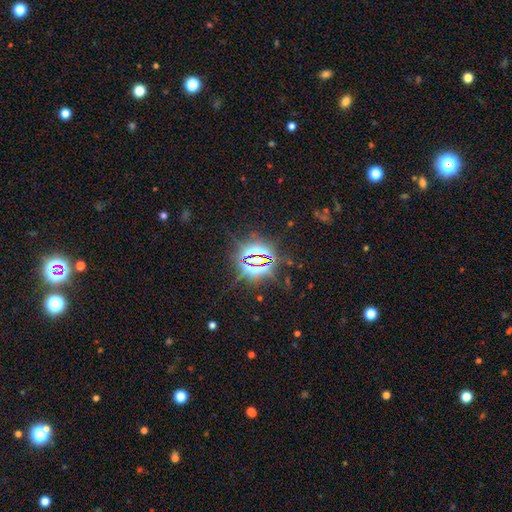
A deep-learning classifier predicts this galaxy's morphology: The model was most divided on "smooth or featured": star or artifact: 83%, smooth: 10%, featured or disk: 7%.